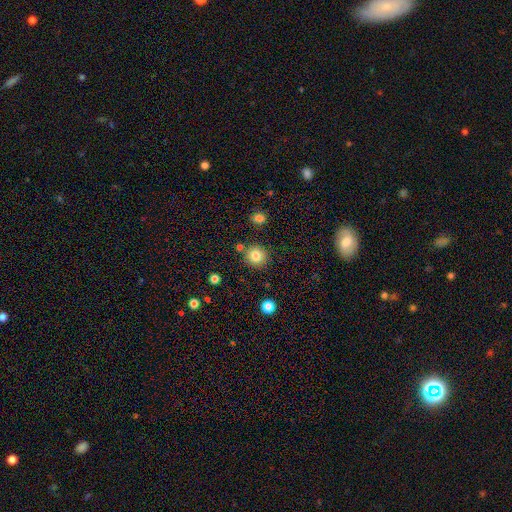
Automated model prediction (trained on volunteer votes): Smooth or featured? smooth (82%)
How rounded? round (92%)
Merging? none (83%)